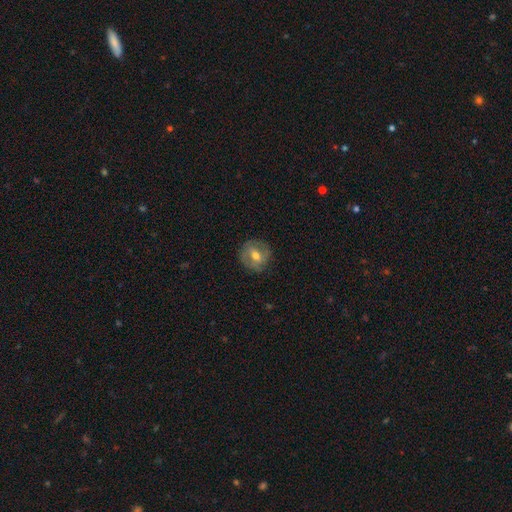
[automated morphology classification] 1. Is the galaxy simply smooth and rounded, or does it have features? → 56% featured or disk, 37% smooth, 8% star or artifact.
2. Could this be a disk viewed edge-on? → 95% no, 5% yes.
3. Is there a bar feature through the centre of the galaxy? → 47% weak, 29% no, 24% strong.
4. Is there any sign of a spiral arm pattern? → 67% yes, 33% no.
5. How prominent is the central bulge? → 72% moderate, 20% small, 5% large, 1% none, 1% dominant.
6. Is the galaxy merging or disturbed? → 81% none, 13% minor disturbance, 4% major disturbance, 1% merger.